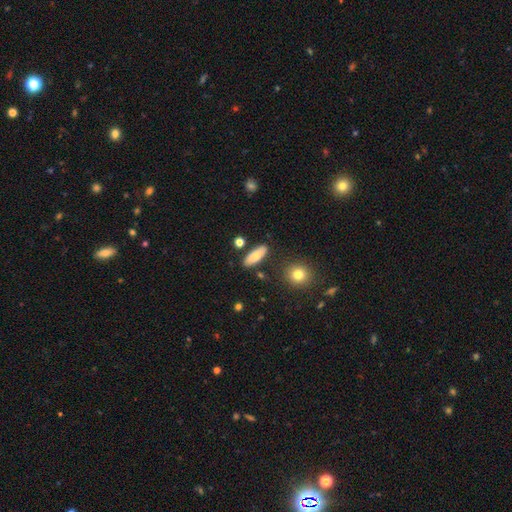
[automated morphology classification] Smooth or featured? Predicted: smooth (p=0.75). How rounded? Predicted: in between (p=0.75). Merging? Predicted: none (p=0.82).